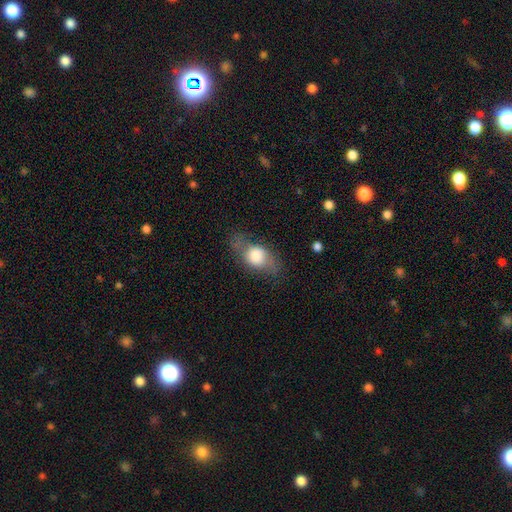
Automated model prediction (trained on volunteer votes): Smooth or featured? Predicted: smooth (p=0.64). How rounded? Predicted: in between (p=0.73). Merging? Predicted: none (p=0.61).